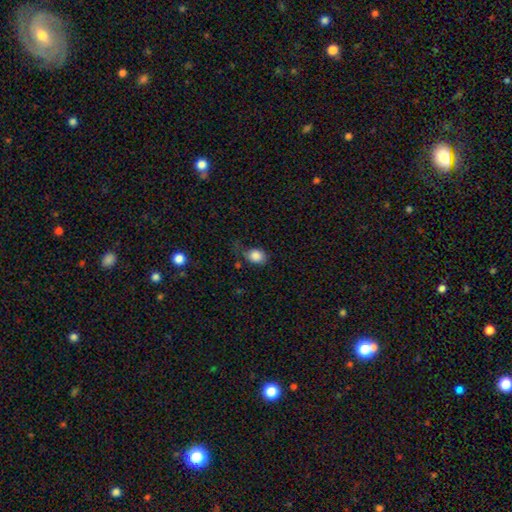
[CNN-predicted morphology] A smooth galaxy with no disk features (85%) that is in between round and cigar-shaped (53%). Merging: none (51%).